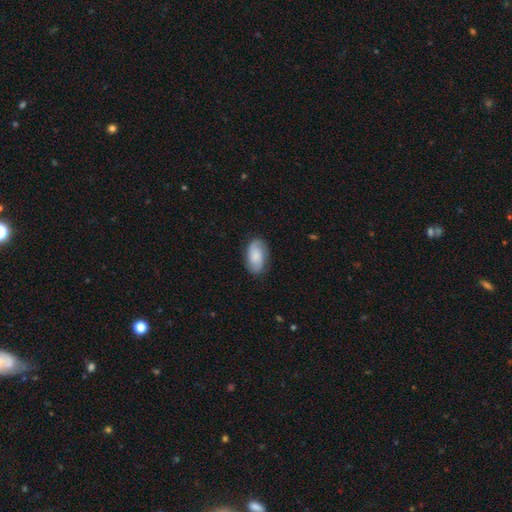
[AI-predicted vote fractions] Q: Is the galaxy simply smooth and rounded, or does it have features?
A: smooth — 57%.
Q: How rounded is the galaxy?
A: in between — 93%.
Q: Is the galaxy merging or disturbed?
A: none — 80%.